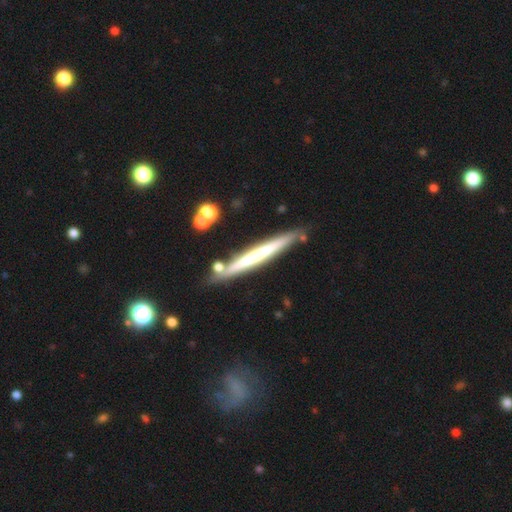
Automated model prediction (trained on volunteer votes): Smooth or featured? Predicted: featured or disk (p=0.50). Merging? Predicted: none (p=0.82).